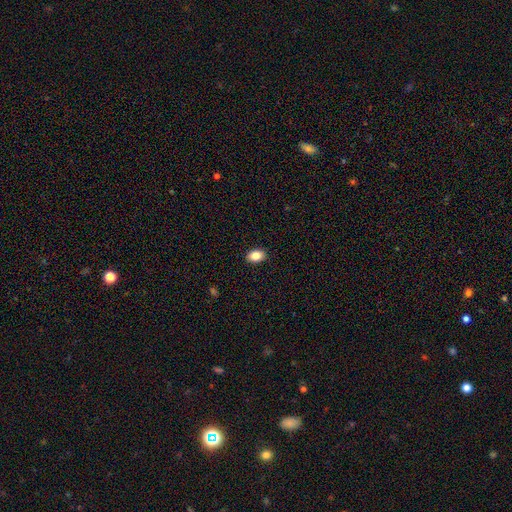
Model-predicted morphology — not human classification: Smooth or featured: smooth — 85% (star or artifact — 8%)
How rounded: in between — 83% (round — 16%)
Merging: none — 91% (minor disturbance — 7%)